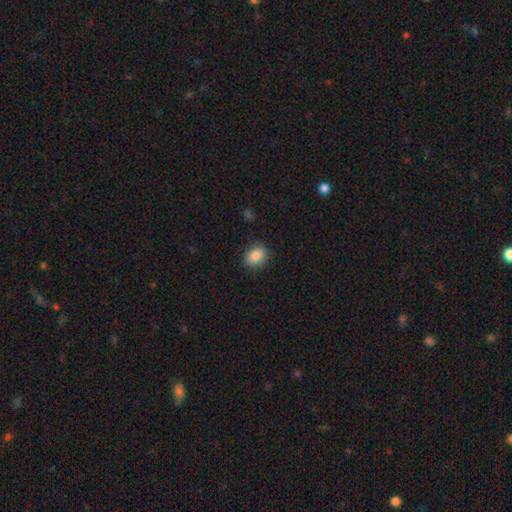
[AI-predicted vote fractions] Q: Smooth or featured?
A: smooth (87%); runner-up: star or artifact (8%)
Q: How rounded?
A: in between (66%); runner-up: round (32%)
Q: Merging?
A: none (85%); runner-up: minor disturbance (11%)